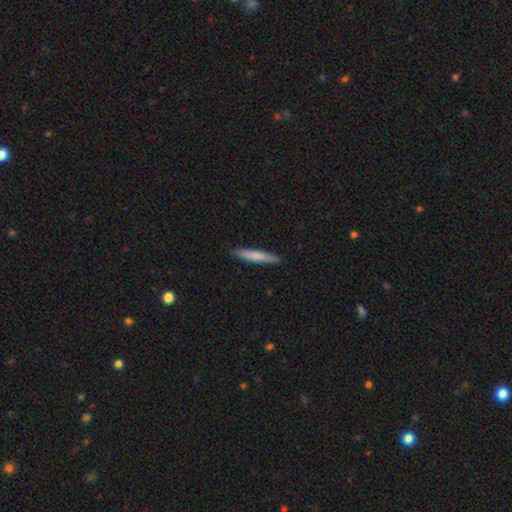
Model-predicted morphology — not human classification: smooth_or_featured: smooth (p=0.71) [alt: featured or disk p=0.23]
how_rounded: cigar-shaped (p=0.94) [alt: in between p=0.05]
merging: none (p=0.89) [alt: minor disturbance p=0.08]